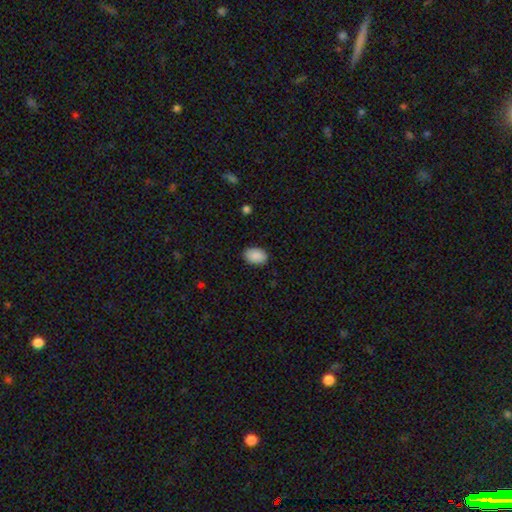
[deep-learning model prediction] smooth_or_featured: smooth (p=0.90) [alt: star or artifact p=0.07]
how_rounded: in between (p=0.85) [alt: round p=0.14]
merging: none (p=0.87) [alt: minor disturbance p=0.10]